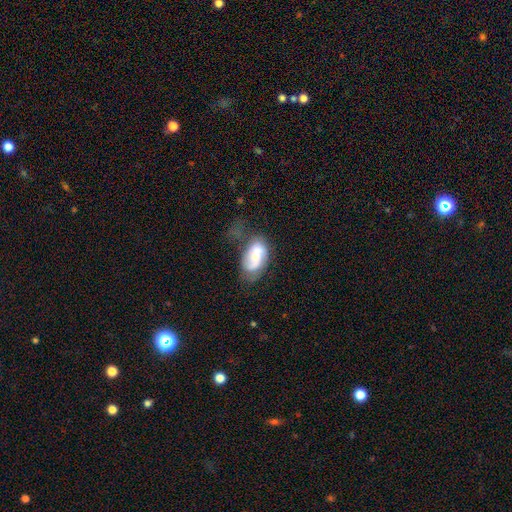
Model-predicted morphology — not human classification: type=featured or disk (52%); edge-on=no (95%); merging=none (39%).